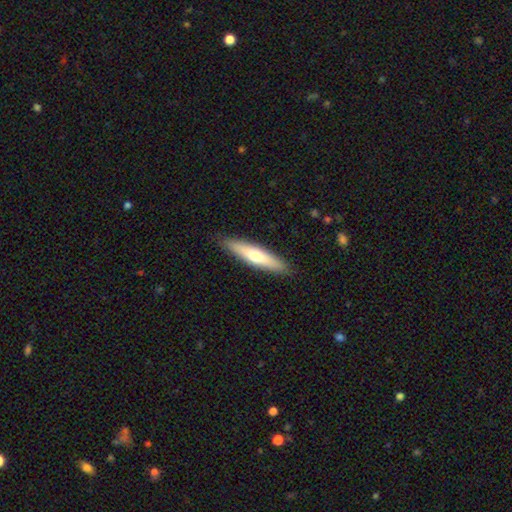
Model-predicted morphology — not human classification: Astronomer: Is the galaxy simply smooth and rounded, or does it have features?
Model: smooth — 57% (runner-up: featured or disk, 37%).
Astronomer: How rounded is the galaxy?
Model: cigar-shaped — 82%.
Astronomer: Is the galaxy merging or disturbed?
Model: none — 89%.